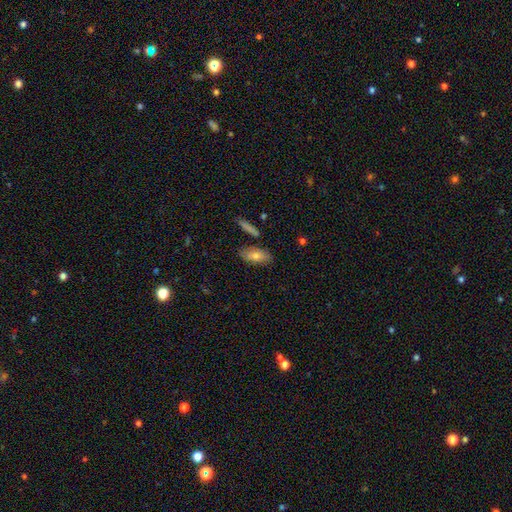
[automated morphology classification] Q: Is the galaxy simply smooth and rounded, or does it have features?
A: smooth — 73%.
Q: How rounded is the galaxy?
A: in between — 81%.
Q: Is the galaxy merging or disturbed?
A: none — 78%.